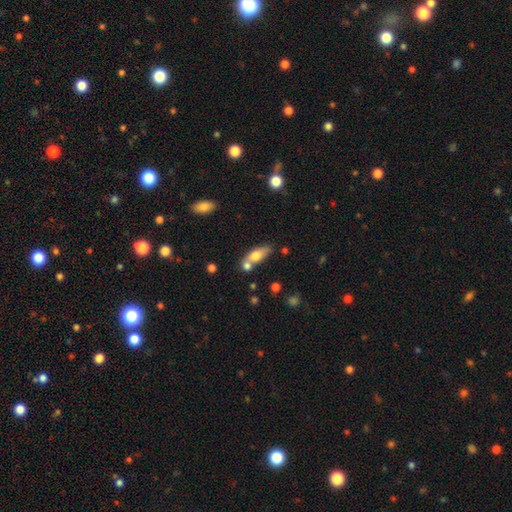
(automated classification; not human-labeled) Smooth or featured: smooth — 68% (featured or disk — 24%)
How rounded: in between — 68% (cigar-shaped — 26%)
Merging: none — 49% (merger — 32%)